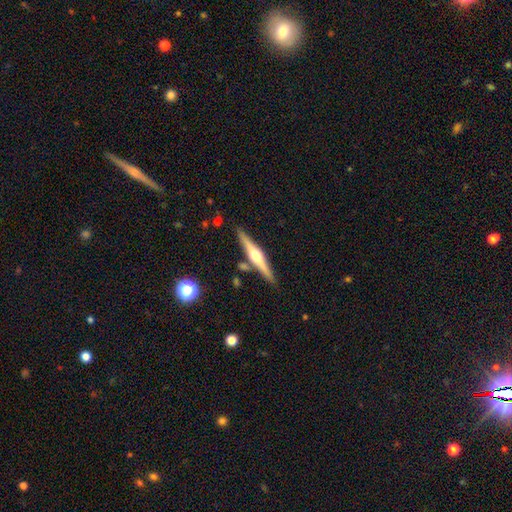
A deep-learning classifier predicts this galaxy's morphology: Overall: featured or disk (74%). Edge-on disk: yes (98%). Edge-on bulge: rounded (94%). Merging: none (86%).